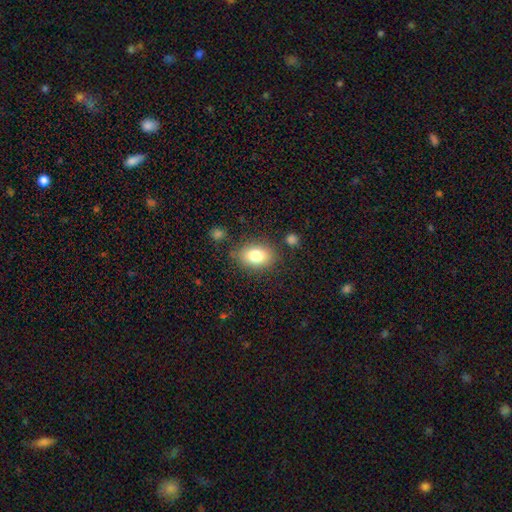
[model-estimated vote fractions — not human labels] This appears to be a smooth galaxy with no disk features (80%) that is in between round and cigar-shaped (81%). Merging: none (80%).